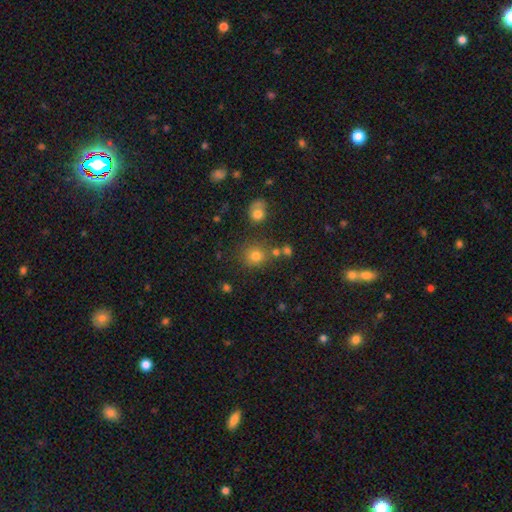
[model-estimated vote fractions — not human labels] A smooth galaxy with no disk features (76%) that is round (86%).

Vote fractions:
- Smooth or featured? smooth: 76% / star or artifact: 16% / featured or disk: 8%
- How rounded? round: 86% / in between: 13% / cigar-shaped: 1%
- Merging? none: 72% / merger: 12% / minor disturbance: 11% / major disturbance: 5%